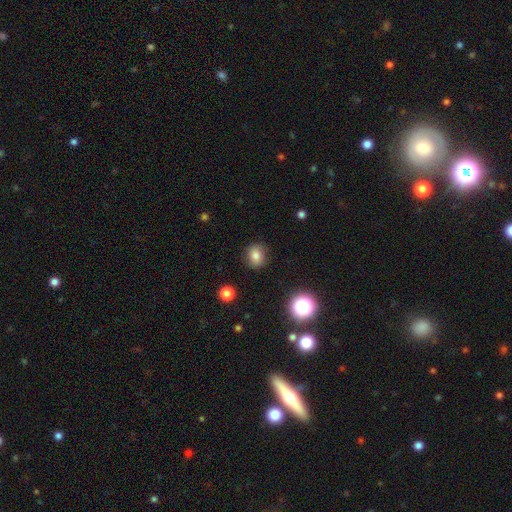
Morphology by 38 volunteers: Overall: smooth (74%). How rounded: round (89%). Merging: none (91%).